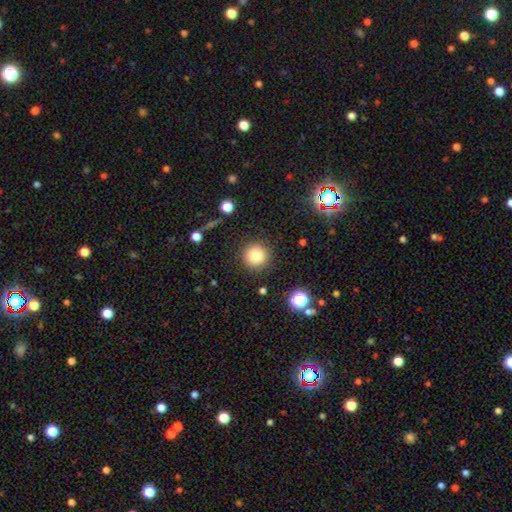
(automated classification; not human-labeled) Smooth or featured? smooth (84%)
How rounded? round (95%)
Merging? none (89%)